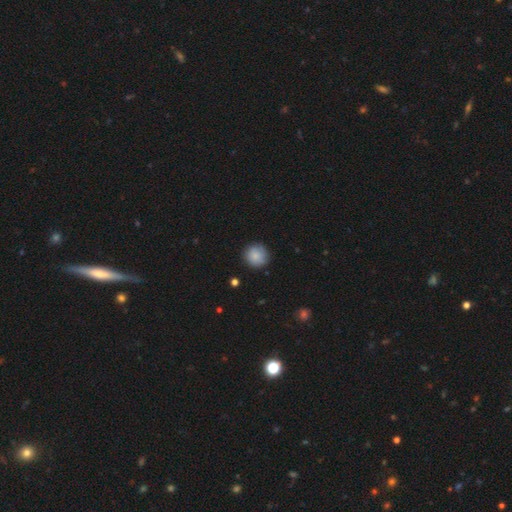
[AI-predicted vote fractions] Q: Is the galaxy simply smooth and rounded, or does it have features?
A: smooth — 84%.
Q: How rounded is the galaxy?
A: round — 94%.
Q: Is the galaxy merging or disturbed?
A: none — 84%.